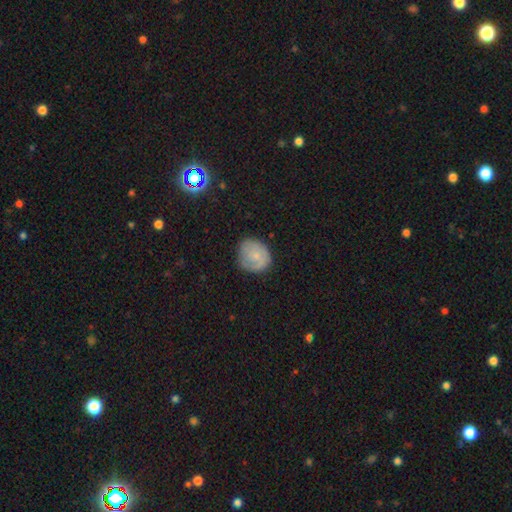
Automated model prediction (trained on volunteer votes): Smooth or featured? smooth (65%)
How rounded? round (79%)
Merging? none (72%)